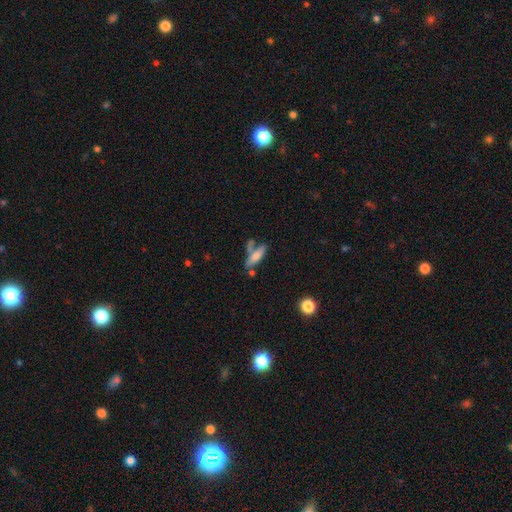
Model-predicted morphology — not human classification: The model was most divided on "merging": none: 49%, merger: 28%, minor disturbance: 15%, major disturbance: 7%. More confident: how rounded — cigar-shaped (64%); smooth or featured — smooth (63%).